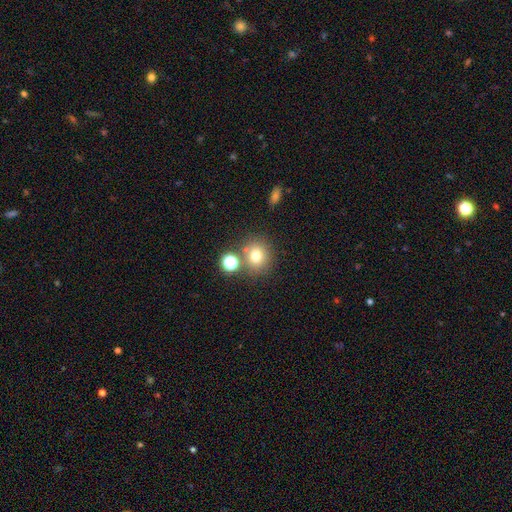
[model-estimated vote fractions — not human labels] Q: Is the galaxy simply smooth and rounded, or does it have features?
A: smooth — 74%.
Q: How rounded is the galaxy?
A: round — 81%.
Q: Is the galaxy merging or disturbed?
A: none — 71%.